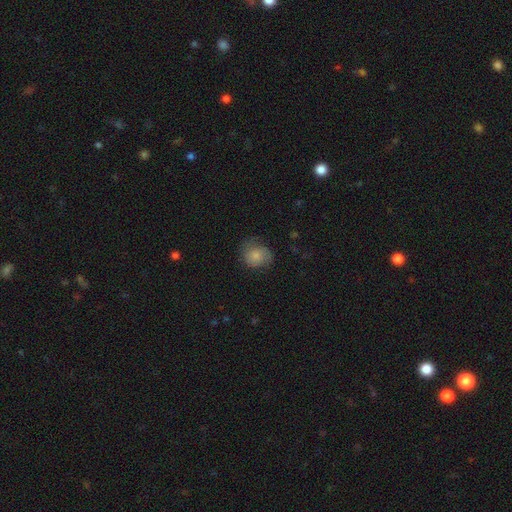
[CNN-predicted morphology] smooth-or-featured: smooth: 72% | featured or disk: 20% | star or artifact: 8%
  how-rounded: round: 69% | in between: 30% | cigar-shaped: 1%
  merging: none: 60% | minor disturbance: 28% | major disturbance: 11% | merger: 1%